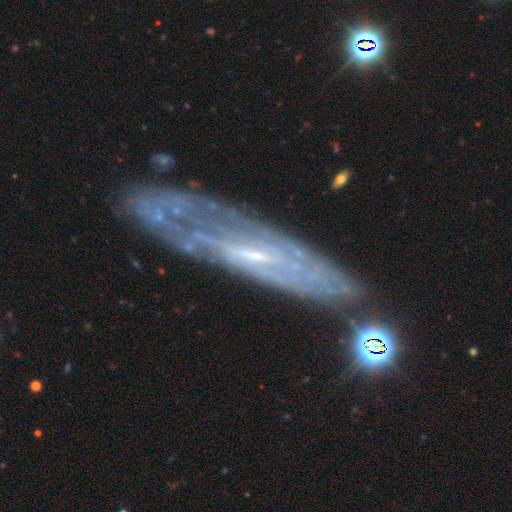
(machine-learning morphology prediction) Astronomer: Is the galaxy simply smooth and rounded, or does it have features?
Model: featured or disk — 77%.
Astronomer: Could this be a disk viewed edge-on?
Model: no — 64%.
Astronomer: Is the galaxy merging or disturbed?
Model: none — 75%.